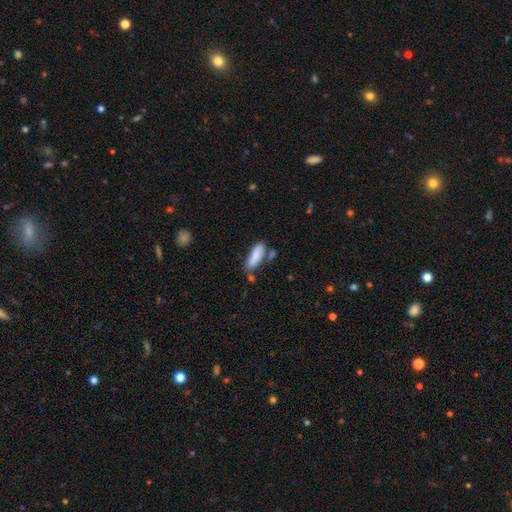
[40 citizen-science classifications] smooth_or_featured: smooth (p=0.82) [alt: star or artifact p=0.12]
how_rounded: in between (p=0.67) [alt: cigar-shaped p=0.33]
merging: none (p=0.40) [alt: merger p=0.31]